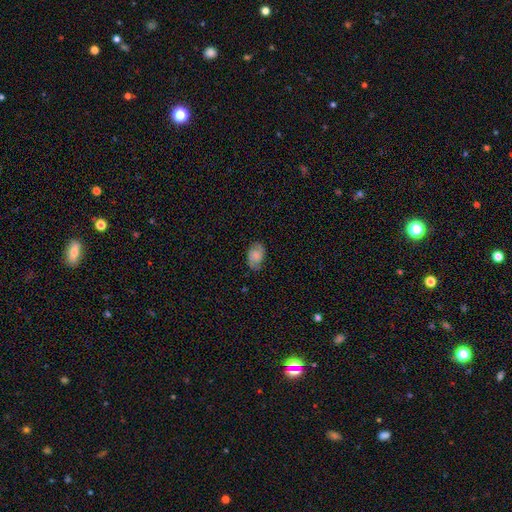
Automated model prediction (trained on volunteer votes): Morphology: type=smooth (55%); roundness=in between (87%); merging=none (77%).